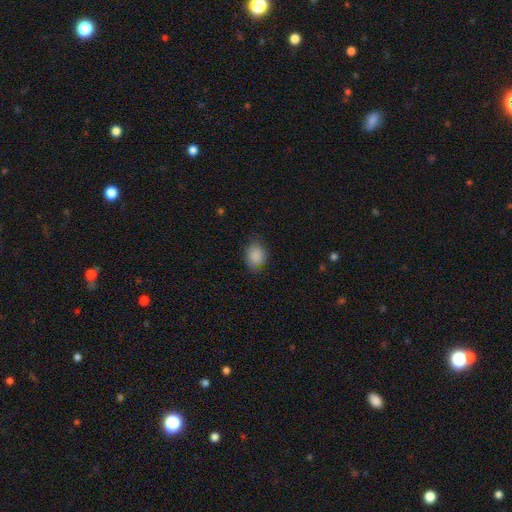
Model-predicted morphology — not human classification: Overall: smooth (86%). How rounded: in between (57%; round 42%). Merging: none (71%).